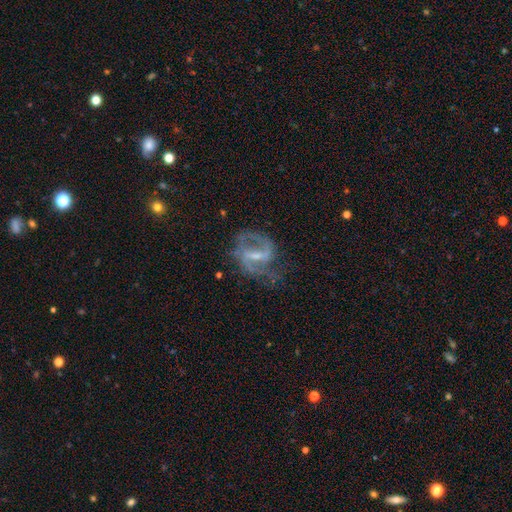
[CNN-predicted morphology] Smooth or featured? Predicted: featured or disk (p=0.88). Edge-on disk? Predicted: no (p=0.97). Bar? Predicted: weak (p=0.48). Spiral arms? Predicted: yes (p=0.95). Spiral winding? Predicted: medium (p=0.54). Spiral arm count? Predicted: 2 (p=0.86). Bulge size? Predicted: small (p=0.55). Merging? Predicted: none (p=0.61).